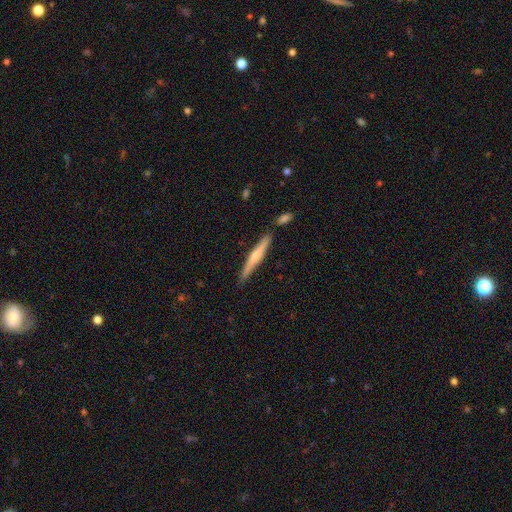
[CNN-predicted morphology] featured or disk 49%, smooth 46%, star or artifact 5%. Down the decision tree: merging — none (82%).